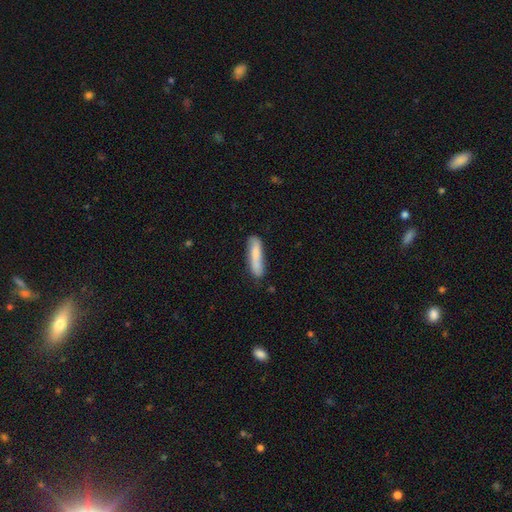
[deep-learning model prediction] Overall: smooth (77%). How rounded: cigar-shaped (81%). Merging: none (74%).